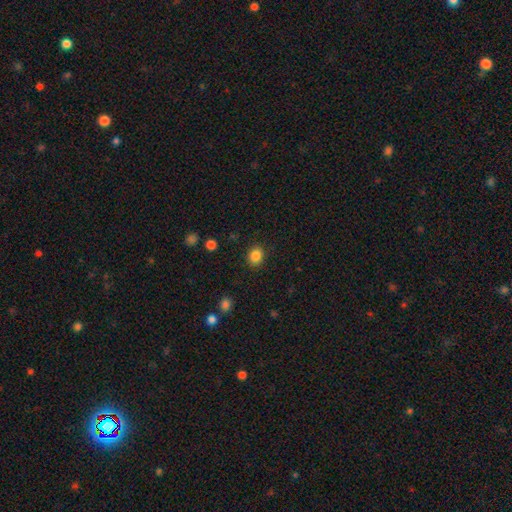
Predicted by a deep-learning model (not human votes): Smooth or featured? smooth (85%)
How rounded? round (66%)
Merging? none (88%)